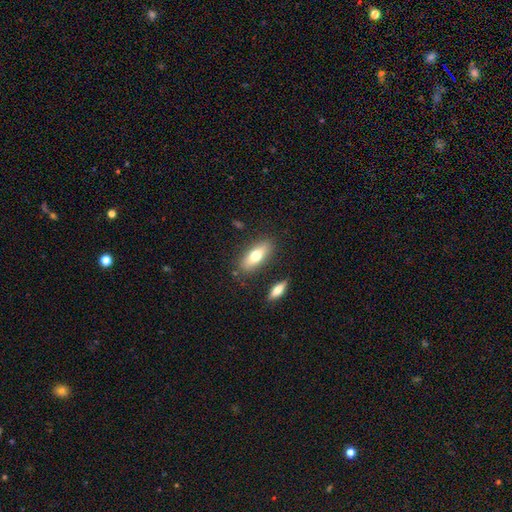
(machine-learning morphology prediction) This is likely a smooth galaxy (67%). How rounded: likely in between (69%). Merging: clearly none (81%).